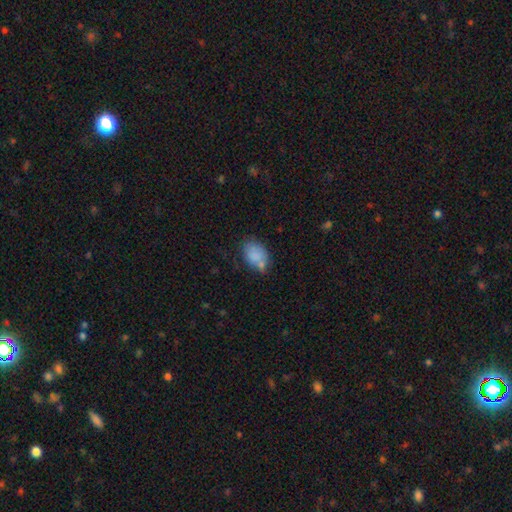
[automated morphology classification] smooth_or_featured: smooth (p=0.81) [alt: featured or disk p=0.11]
how_rounded: in between (p=0.81) [alt: round p=0.17]
merging: none (p=0.52) [alt: minor disturbance p=0.26]